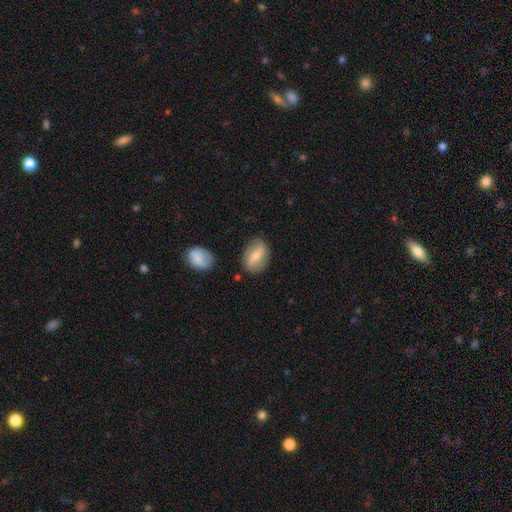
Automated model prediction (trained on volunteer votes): Smooth or featured? Predicted: smooth (p=0.57). How rounded? Predicted: in between (p=0.76). Merging? Predicted: none (p=0.80).